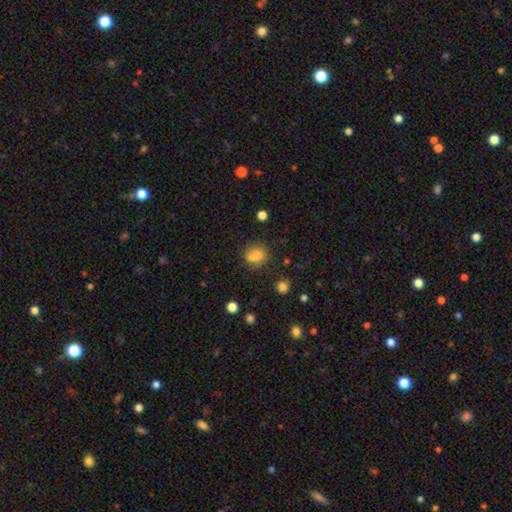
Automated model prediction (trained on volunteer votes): Smooth or featured? Predicted: smooth (p=0.76). How rounded? Predicted: round (p=0.72). Merging? Predicted: none (p=0.55).